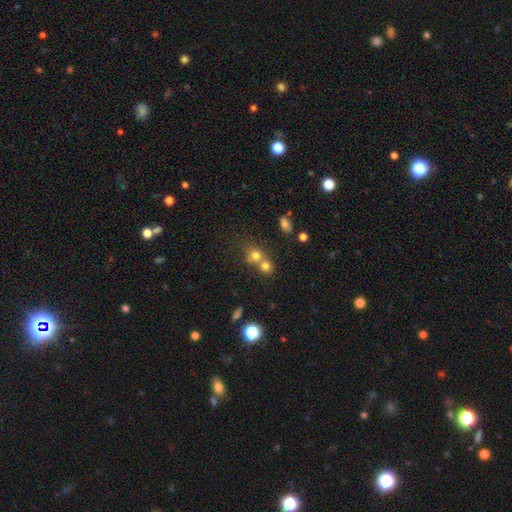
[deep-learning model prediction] Overall: smooth (72%). How rounded: round (78%). Merging: merger (51%; none 39%).